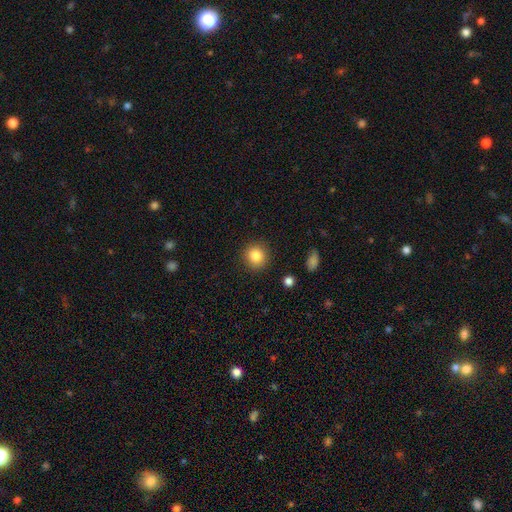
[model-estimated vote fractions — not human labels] This appears to be a smooth galaxy with no disk features (84%) that is round (90%). Merging: none (89%).